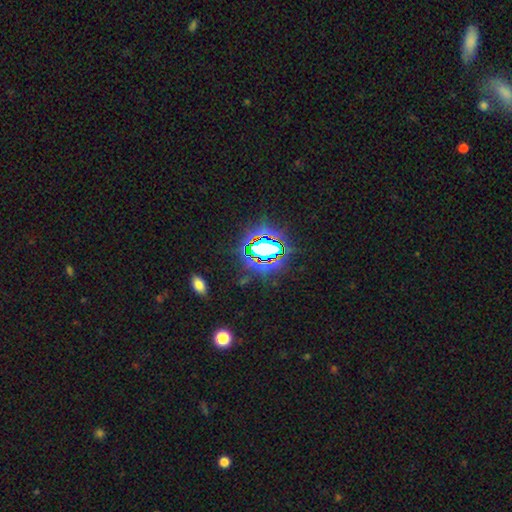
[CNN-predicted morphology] Smooth or featured: star or artifact — 69% (smooth — 19%)